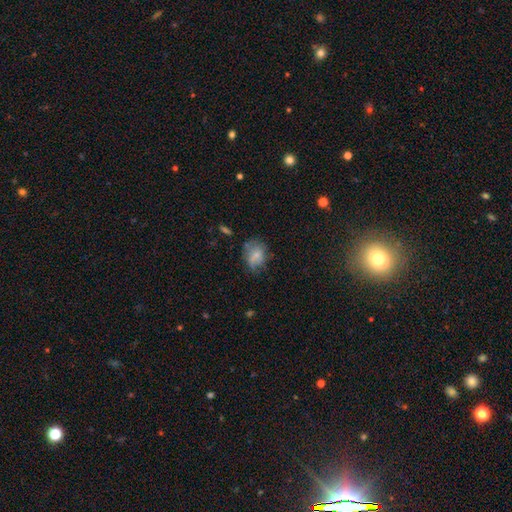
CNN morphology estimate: Smooth or featured? Predicted: smooth (p=0.70). How rounded? Predicted: in between (p=0.57). Merging? Predicted: none (p=0.50).